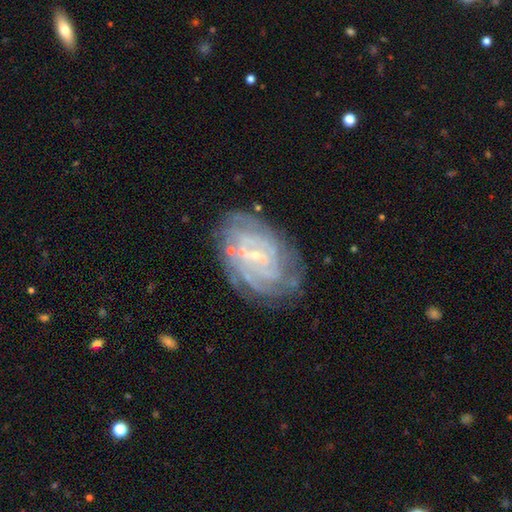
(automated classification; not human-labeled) Overall: featured or disk (83%). Edge-on disk: no (96%). Bar: weak (45%; no 37%). Spiral arms: yes (92%). Spiral arm count: can't tell (42%; 4 17%). Spiral winding: tight (72%). Bulge size: small (81%). Merging: none (70%).